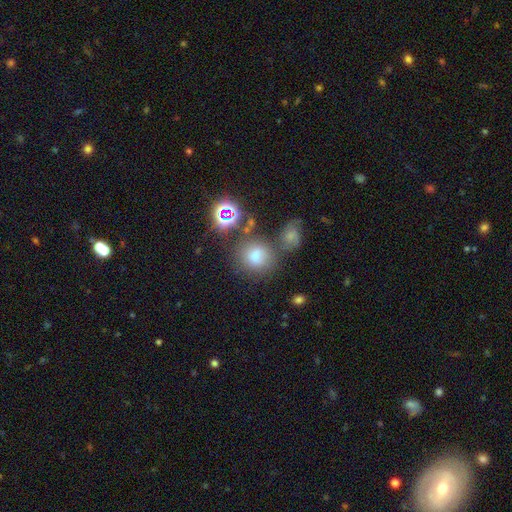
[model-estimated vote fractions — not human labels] Smooth or featured?
  - smooth: 69% *
  - star or artifact: 20%
  - featured or disk: 11%
How rounded?
  - round: 81% *
  - in between: 17%
  - cigar-shaped: 1%
Merging?
  - none: 62% *
  - merger: 17%
  - minor disturbance: 15%
  - major disturbance: 7%